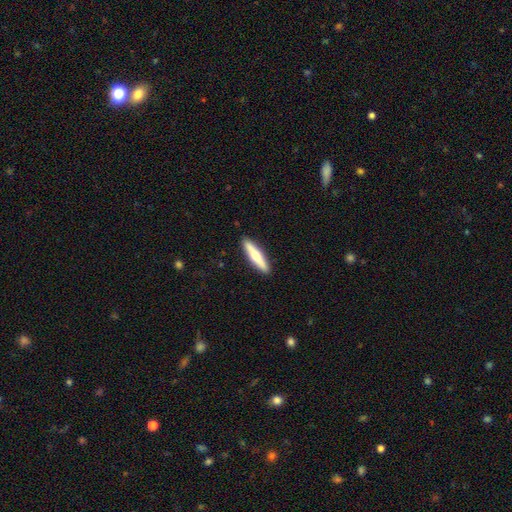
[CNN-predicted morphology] smooth 56%, featured or disk 39%, star or artifact 5%. Down the decision tree: how rounded — cigar-shaped (86%); merging — none (91%).